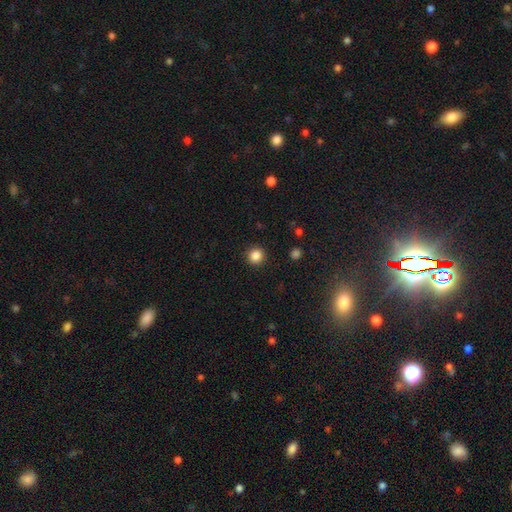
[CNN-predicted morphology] Smooth or featured? Predicted: smooth (p=0.86). How rounded? Predicted: round (p=0.92). Merging? Predicted: none (p=0.91).